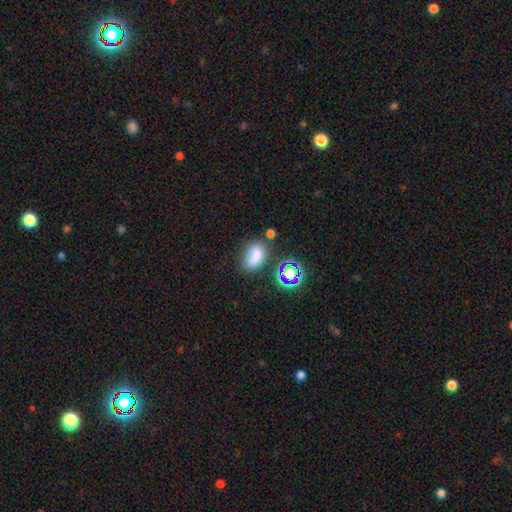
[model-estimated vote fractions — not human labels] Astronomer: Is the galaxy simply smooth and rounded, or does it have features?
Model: smooth — 69%.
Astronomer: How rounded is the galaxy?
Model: in between — 76%.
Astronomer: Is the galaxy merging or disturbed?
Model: none — 56%.